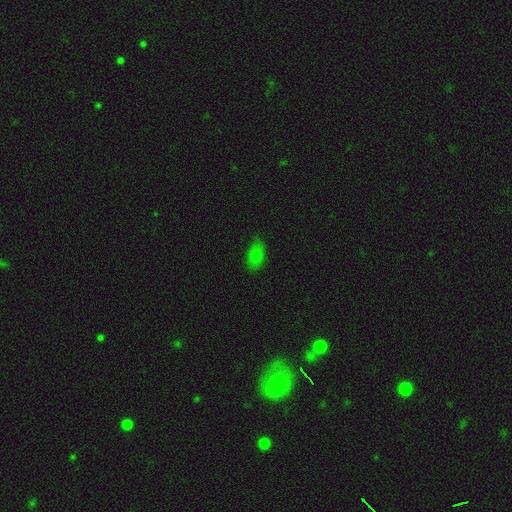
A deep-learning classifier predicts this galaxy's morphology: The model was most divided on "merging": none: 79%, minor disturbance: 17%, major disturbance: 3%, merger: 1%. More confident: how rounded — in between (90%); smooth or featured — smooth (78%).